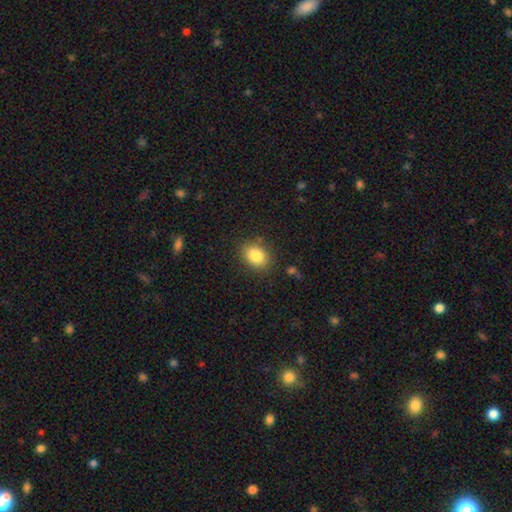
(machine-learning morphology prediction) Q: Smooth or featured?
A: smooth (84%); runner-up: star or artifact (9%)
Q: How rounded?
A: in between (63%); runner-up: round (36%)
Q: Merging?
A: none (84%); runner-up: minor disturbance (11%)